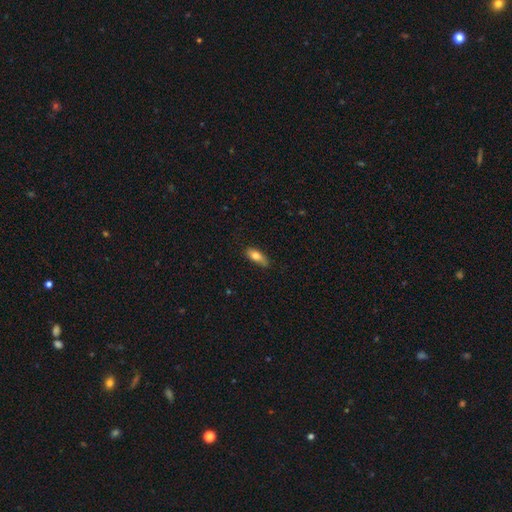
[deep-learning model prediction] This appears to be a smooth galaxy with no disk features (75%) that is in between round and cigar-shaped (73%). Merging: none (71%).